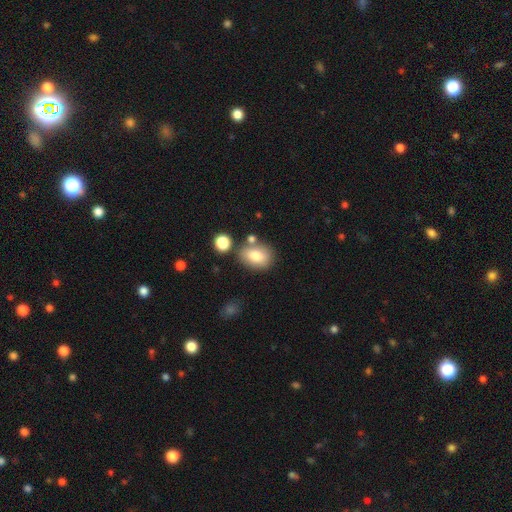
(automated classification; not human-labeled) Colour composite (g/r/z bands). It shows a smooth galaxy with no disk features (79%) that is in between round and cigar-shaped (69%). Merging: none (69%).